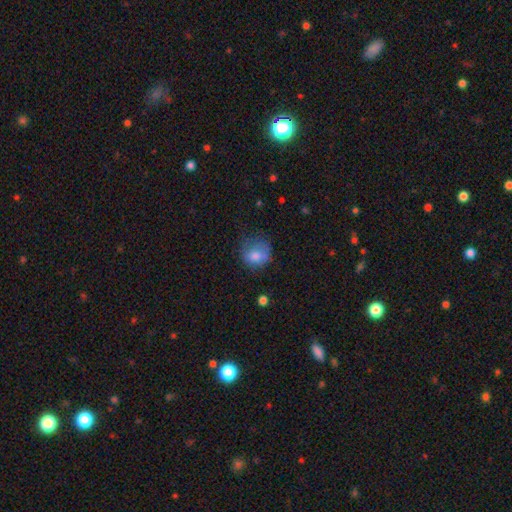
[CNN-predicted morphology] This appears to be a smooth galaxy with no disk features (74%) that is round (68%). Merging: none (44%).